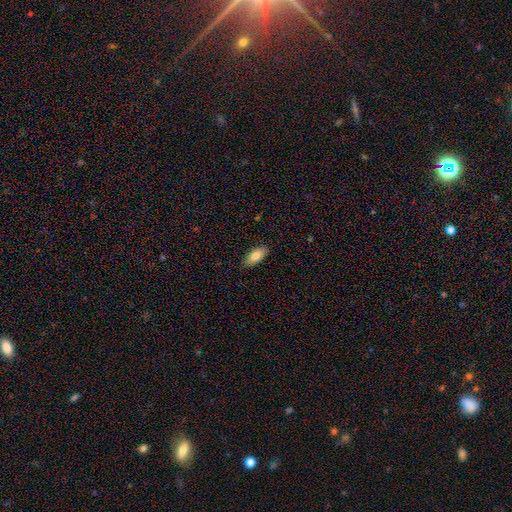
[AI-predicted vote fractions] Q: Smooth or featured?
A: smooth (82%); runner-up: featured or disk (11%)
Q: How rounded?
A: in between (85%); runner-up: cigar-shaped (13%)
Q: Merging?
A: none (86%); runner-up: minor disturbance (11%)